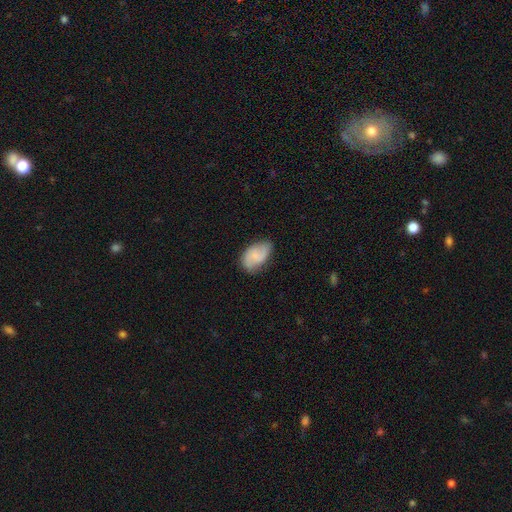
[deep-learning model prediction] A smooth galaxy with no disk features (46%, tied with featured or disk).

Vote fractions:
- Smooth or featured? smooth: 46% (tied) / featured or disk: 46% (tied) / star or artifact: 7%
- Merging? none: 68% / minor disturbance: 24% / major disturbance: 7% / merger: 2%